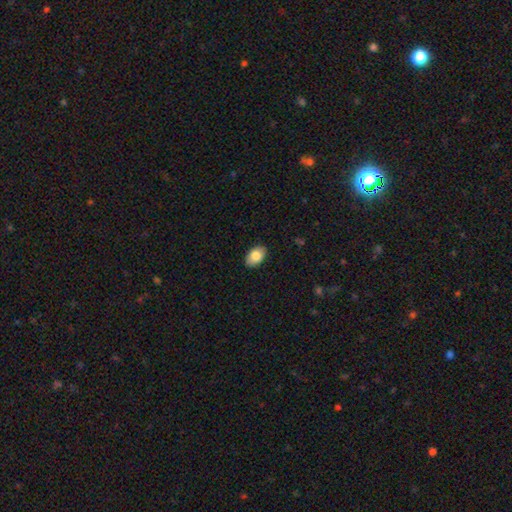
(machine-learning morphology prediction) A smooth galaxy with no disk features (83%) that is in between round and cigar-shaped (90%).

Vote fractions:
- Smooth or featured? smooth: 83% / featured or disk: 10% / star or artifact: 7%
- How rounded? in between: 90% / round: 9% / cigar-shaped: 1%
- Merging? none: 88% / minor disturbance: 9% / major disturbance: 2% / merger: 1%